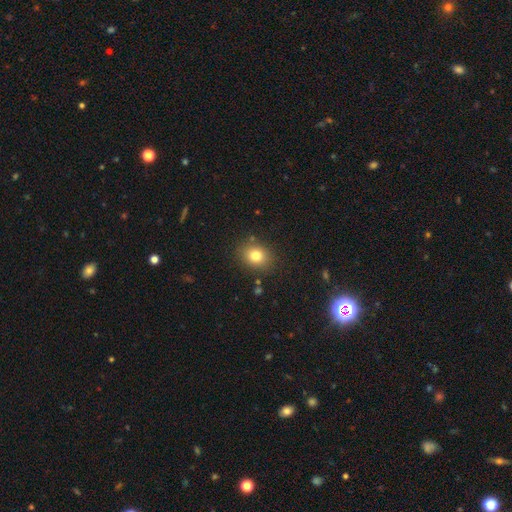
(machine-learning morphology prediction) The model was most divided on "how rounded": round: 63%, in between: 36%, cigar-shaped: 1%. More confident: merging — none (86%); smooth or featured — smooth (79%).